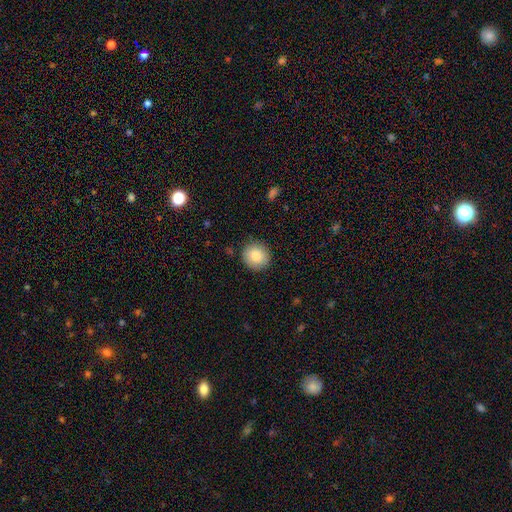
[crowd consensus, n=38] smooth-or-featured: smooth: 87% | featured or disk: 11% | star or artifact: 3%
  how-rounded: round: 88% | in between: 12% | cigar-shaped: 0%
  merging: none: 92% | minor disturbance: 5% | major disturbance: 3% | merger: 0%